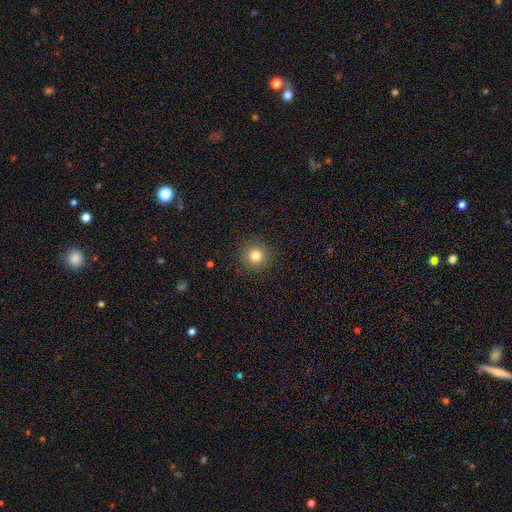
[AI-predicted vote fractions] Q: Smooth or featured?
A: smooth (82%); runner-up: star or artifact (12%)
Q: How rounded?
A: round (94%); runner-up: in between (5%)
Q: Merging?
A: none (91%); runner-up: minor disturbance (6%)